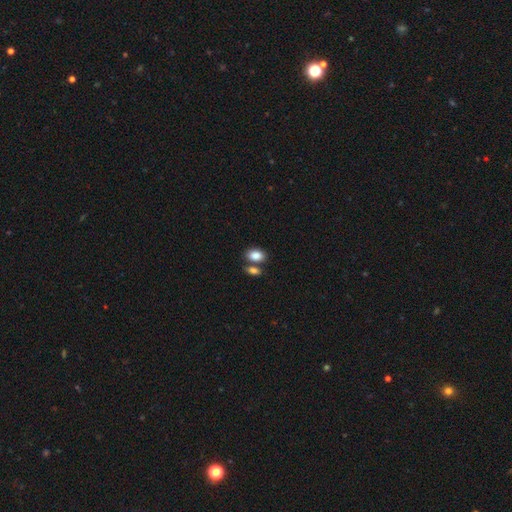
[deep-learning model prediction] This is clearly a smooth galaxy (86%). How rounded: clearly in between (88%). Merging: possibly none (54%).